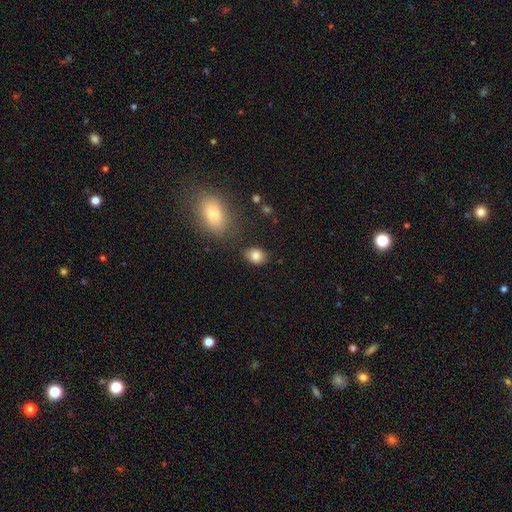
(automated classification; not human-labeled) This is clearly a smooth galaxy (85%). How rounded: likely in between (61%). Merging: likely none (80%).